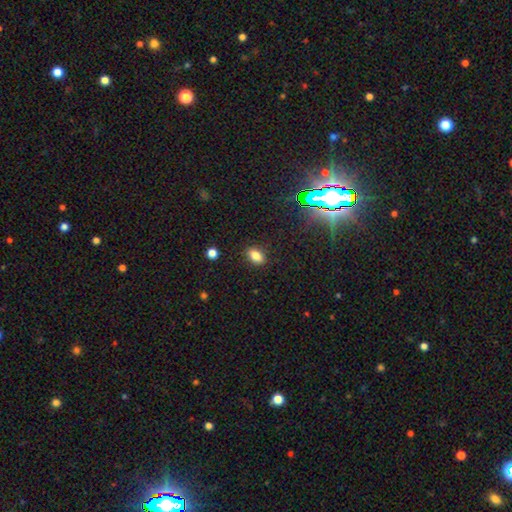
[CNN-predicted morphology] smooth 79%, star or artifact 13%, featured or disk 8%. Down the decision tree: how rounded — in between (84%); merging — none (87%).